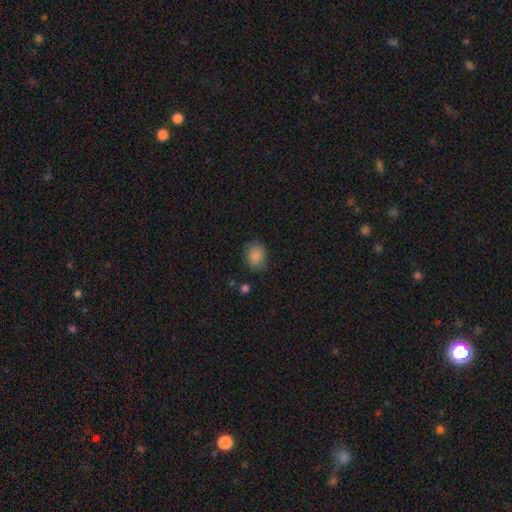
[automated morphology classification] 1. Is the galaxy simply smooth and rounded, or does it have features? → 86% smooth, 9% star or artifact, 5% featured or disk.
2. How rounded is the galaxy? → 55% round, 44% in between, 1% cigar-shaped.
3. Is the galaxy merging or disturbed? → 73% none, 20% minor disturbance, 5% major disturbance, 2% merger.